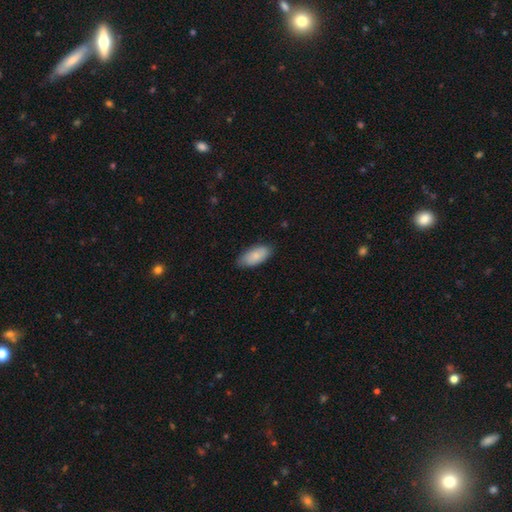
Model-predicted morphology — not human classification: A smooth galaxy with no disk features (86%) that is in between round and cigar-shaped (89%).

Vote fractions:
- Smooth or featured? smooth: 86% / featured or disk: 8% / star or artifact: 6%
- How rounded? in between: 89% / cigar-shaped: 9% / round: 2%
- Merging? none: 81% / minor disturbance: 16% / major disturbance: 2% / merger: 1%